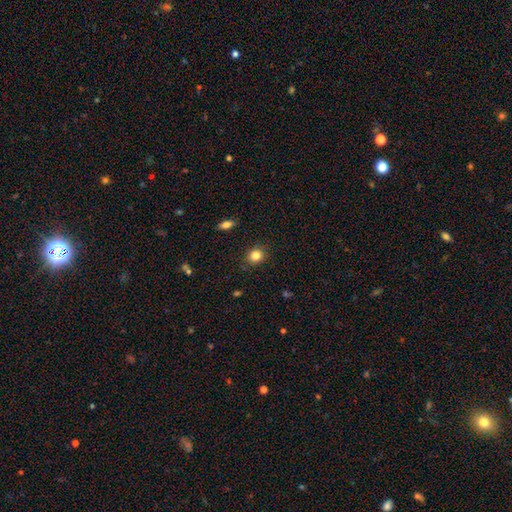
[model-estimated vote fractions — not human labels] The model was most divided on "how rounded": round: 72%, in between: 27%, cigar-shaped: 1%. More confident: merging — none (86%); smooth or featured — smooth (83%).